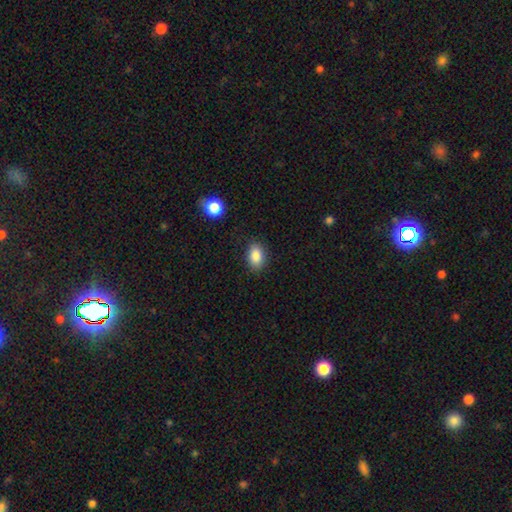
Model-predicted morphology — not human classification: The model was most divided on "how rounded": in between: 85%, round: 14%, cigar-shaped: 1%. More confident: smooth or featured — smooth (87%); merging — none (85%).